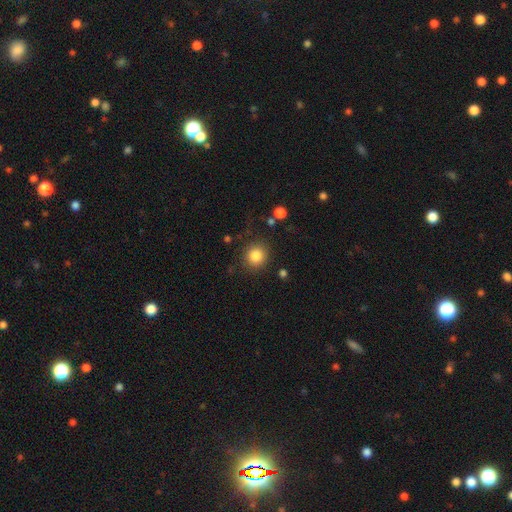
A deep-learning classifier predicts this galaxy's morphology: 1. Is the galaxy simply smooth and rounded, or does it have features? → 85% smooth, 10% star or artifact, 5% featured or disk.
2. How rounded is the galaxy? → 90% round, 10% in between, 1% cigar-shaped.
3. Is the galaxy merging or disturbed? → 85% none, 9% minor disturbance, 4% major disturbance, 2% merger.